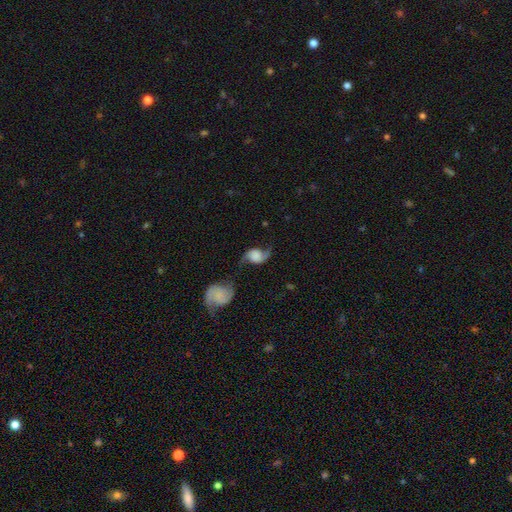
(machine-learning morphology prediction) Smooth or featured? Predicted: featured or disk (p=0.76). Edge-on disk? Predicted: no (p=0.96). Bar? Predicted: no (p=0.68). Spiral arms? Predicted: yes (p=0.94). Spiral winding? Predicted: loose (p=0.70). Spiral arm count? Predicted: 2 (p=0.91). Bulge size? Predicted: none (p=0.34). Merging? Predicted: none (p=0.51).